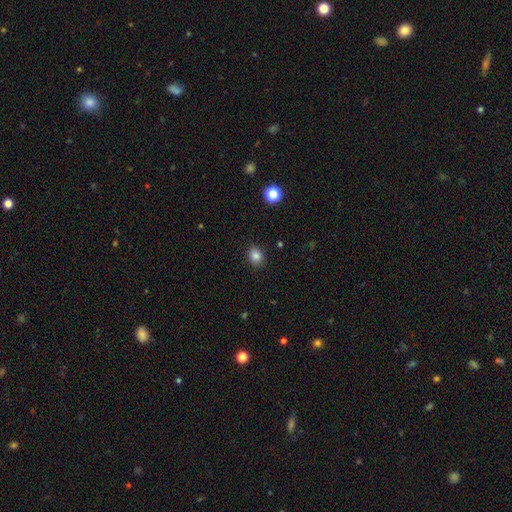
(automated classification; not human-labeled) smooth_or_featured: smooth (p=0.84) [alt: star or artifact p=0.11]
how_rounded: round (p=0.60) [alt: in between p=0.39]
merging: none (p=0.89) [alt: minor disturbance p=0.08]